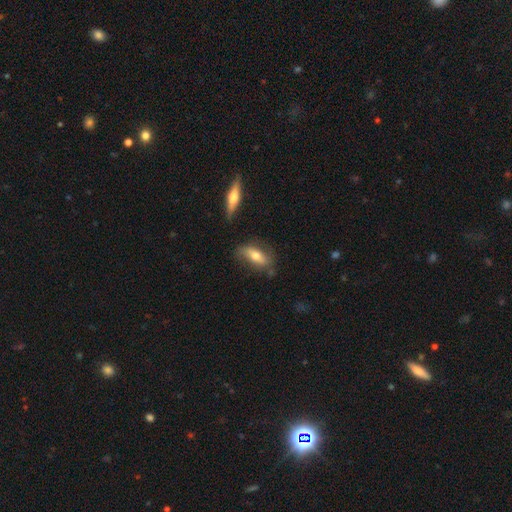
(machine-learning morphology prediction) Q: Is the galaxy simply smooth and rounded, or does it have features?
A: smooth — 56%.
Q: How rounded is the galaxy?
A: in between — 69%.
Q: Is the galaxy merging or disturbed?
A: none — 65%.